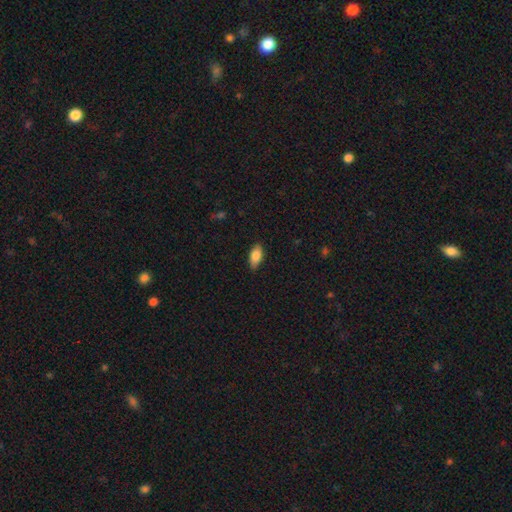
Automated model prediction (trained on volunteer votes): Smooth or featured? Predicted: smooth (p=0.85). How rounded? Predicted: in between (p=0.90). Merging? Predicted: none (p=0.85).